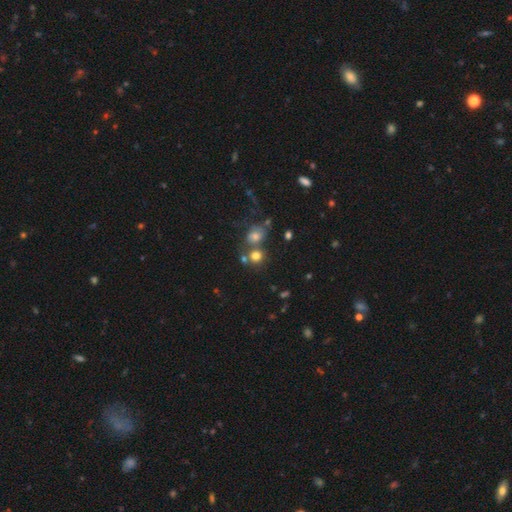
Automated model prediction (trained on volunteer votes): Q: Smooth or featured?
A: smooth (73%); runner-up: star or artifact (17%)
Q: How rounded?
A: round (81%); runner-up: in between (18%)
Q: Merging?
A: none (53%); runner-up: merger (31%)